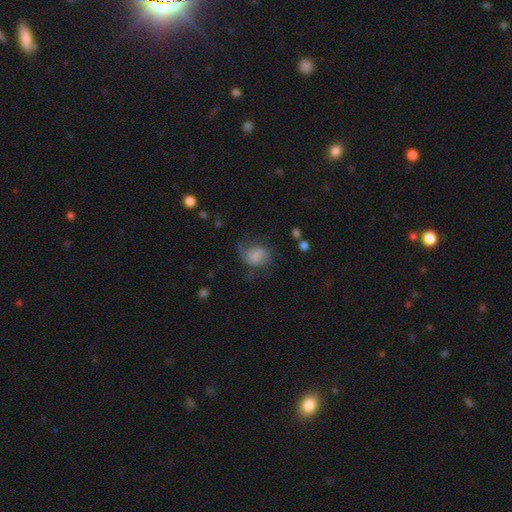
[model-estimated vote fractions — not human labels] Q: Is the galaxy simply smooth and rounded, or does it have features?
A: smooth — 57%.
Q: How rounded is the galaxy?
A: round — 55%.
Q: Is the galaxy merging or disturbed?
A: none — 46%.